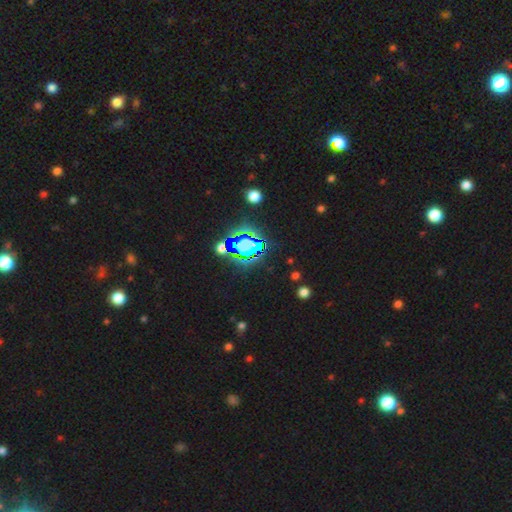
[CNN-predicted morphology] smooth_or_featured: star or artifact (p=0.75) [alt: smooth p=0.16]